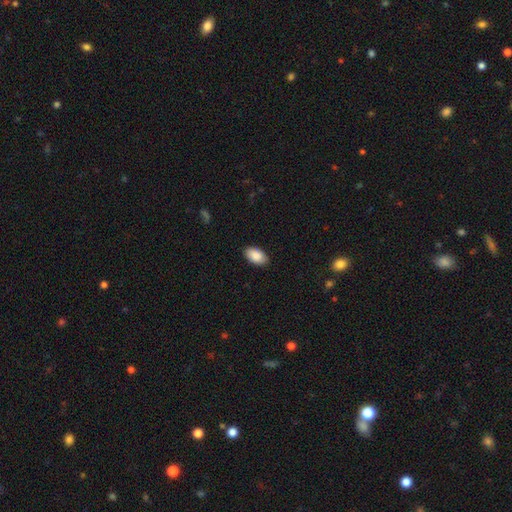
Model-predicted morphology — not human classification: The model was most divided on "merging": none: 88%, minor disturbance: 9%, major disturbance: 2%, merger: 1%. More confident: how rounded — in between (95%); smooth or featured — smooth (89%).